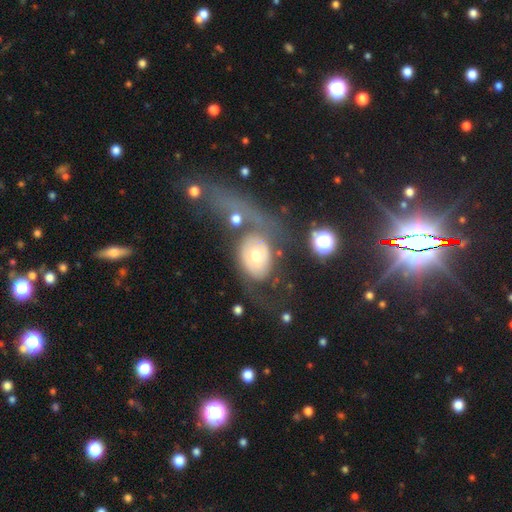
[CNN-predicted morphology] featured or disk 55%, smooth 37%, star or artifact 8%. Down the decision tree: edge-on disk — no (92%); bar — no (82%); spiral arms — no (61%); bulge size — moderate (70%); merging — none (37%).